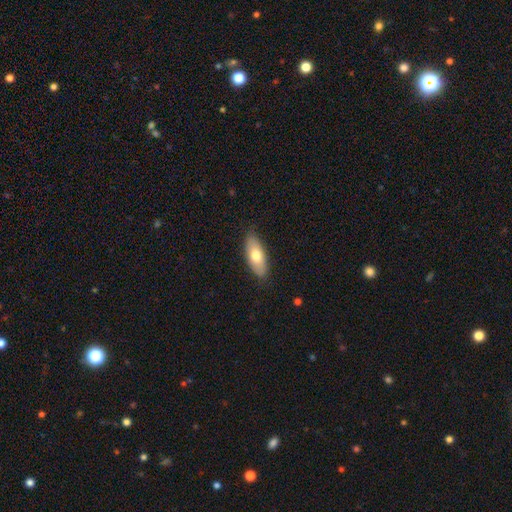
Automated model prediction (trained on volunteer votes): Smooth or featured? Predicted: smooth (p=0.71). How rounded? Predicted: in between (p=0.83). Merging? Predicted: none (p=0.84).